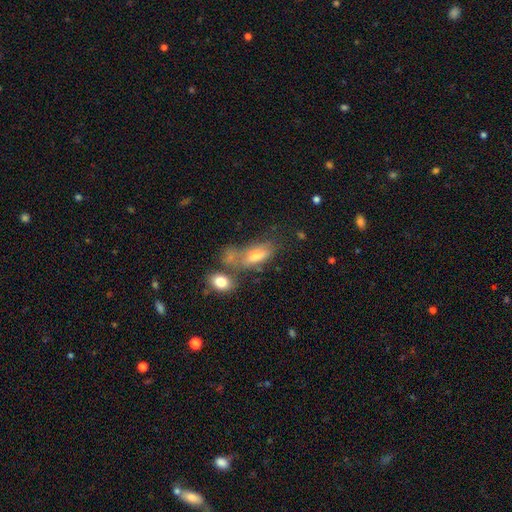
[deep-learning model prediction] Morphology: type=smooth (68%); roundness=in between (79%); merging=none (44%).